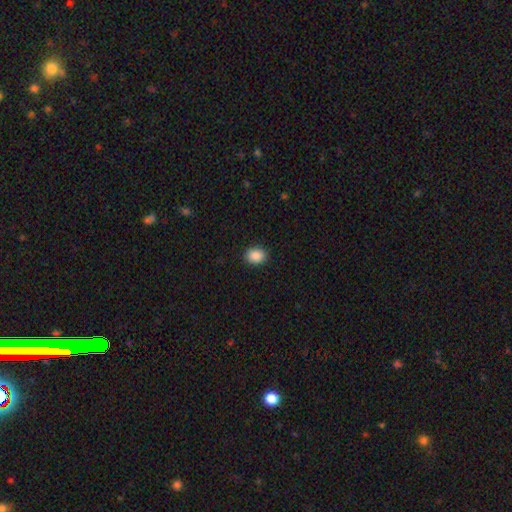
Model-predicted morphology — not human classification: Smooth or featured?
  - smooth: 89% *
  - star or artifact: 8%
  - featured or disk: 3%
How rounded?
  - in between: 55% *
  - round: 44%
  - cigar-shaped: 1%
Merging?
  - none: 91% *
  - minor disturbance: 6%
  - major disturbance: 2%
  - merger: 1%